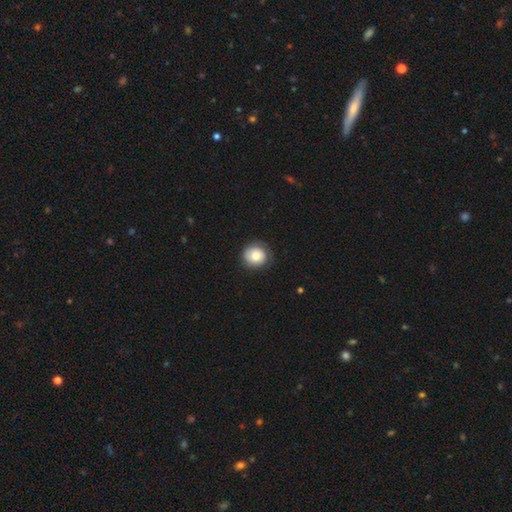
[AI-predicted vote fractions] Smooth or featured: smooth — 74% (featured or disk — 19%)
How rounded: round — 88% (in between — 11%)
Merging: none — 77% (minor disturbance — 17%)